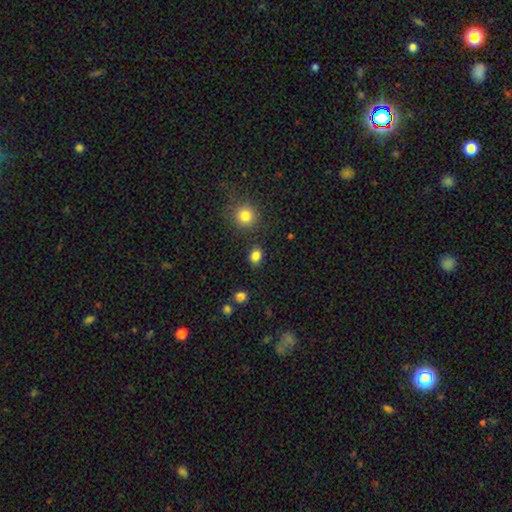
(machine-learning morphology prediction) This is clearly a smooth galaxy (85%). How rounded: possibly in between (52%). Merging: clearly none (85%).